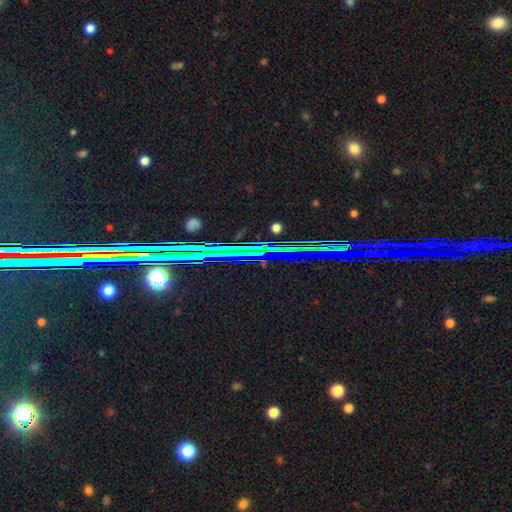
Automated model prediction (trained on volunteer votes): Q: Smooth or featured?
A: star or artifact (82%); runner-up: featured or disk (11%)